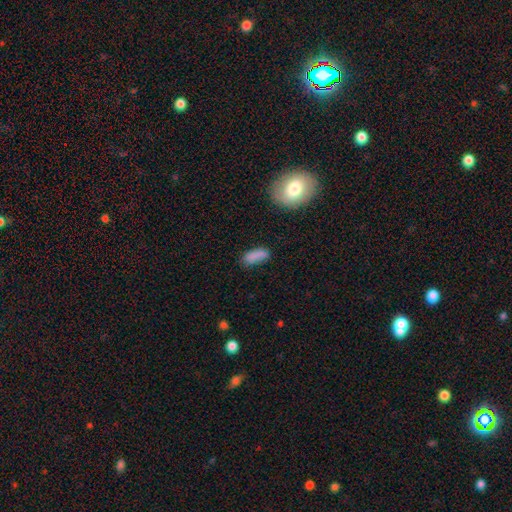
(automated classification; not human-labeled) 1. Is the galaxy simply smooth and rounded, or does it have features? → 84% smooth, 9% star or artifact, 6% featured or disk.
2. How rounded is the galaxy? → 74% in between, 23% cigar-shaped, 3% round.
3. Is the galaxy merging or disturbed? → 69% none, 22% minor disturbance, 6% major disturbance, 3% merger.